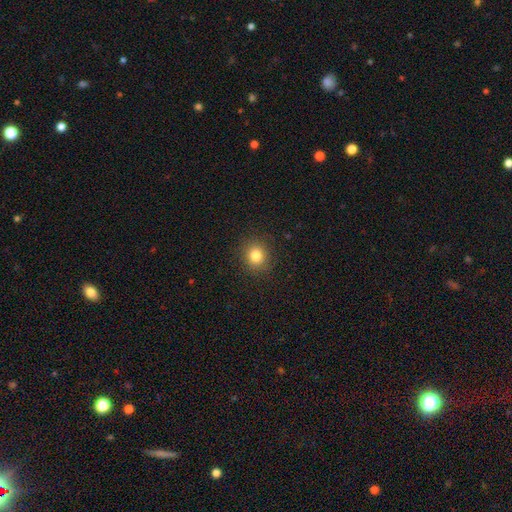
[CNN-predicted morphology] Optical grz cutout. It shows a smooth galaxy with no disk features (81%) that is round (85%). Merging: none (90%).